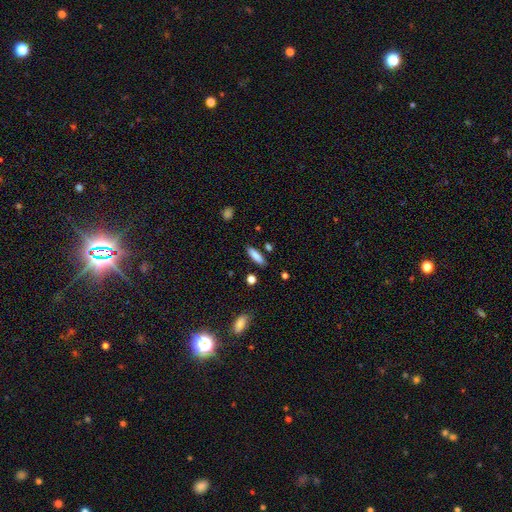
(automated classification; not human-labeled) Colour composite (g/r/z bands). It shows a smooth galaxy with no disk features (84%) that is cigar-shaped (57%). Merging: none (84%).